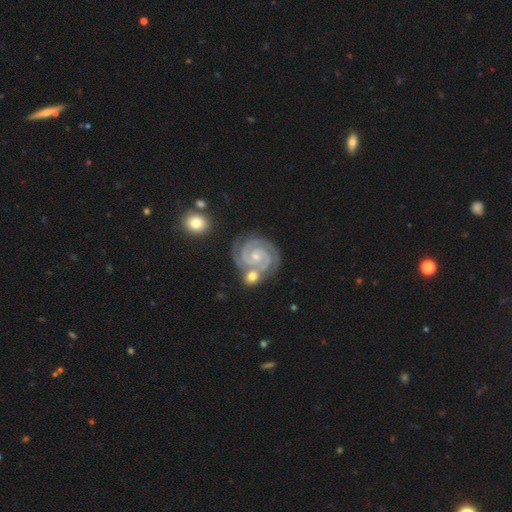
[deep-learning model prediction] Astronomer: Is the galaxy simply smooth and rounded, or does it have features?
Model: featured or disk — 93%.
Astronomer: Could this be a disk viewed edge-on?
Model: no — 98%.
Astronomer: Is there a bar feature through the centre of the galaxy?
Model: no — 62%.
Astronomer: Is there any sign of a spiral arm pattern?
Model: yes — 99%.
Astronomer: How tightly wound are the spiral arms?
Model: tight — 79%.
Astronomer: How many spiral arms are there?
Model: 2 — 79%.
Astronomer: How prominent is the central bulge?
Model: small — 68%.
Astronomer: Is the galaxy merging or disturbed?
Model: none — 68%.